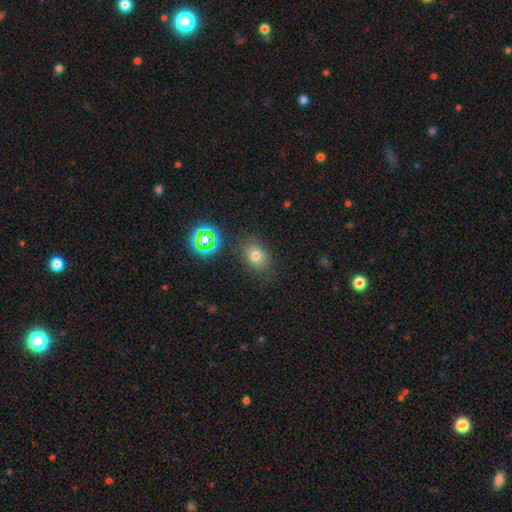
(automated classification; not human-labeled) Smooth or featured? smooth (70%)
How rounded? in between (61%)
Merging? none (78%)